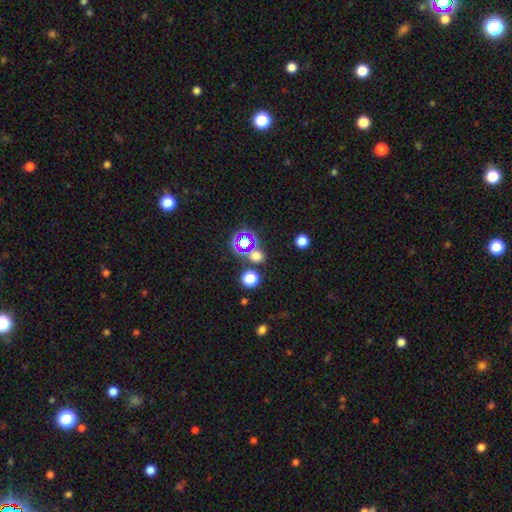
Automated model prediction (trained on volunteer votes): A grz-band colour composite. It shows a smooth galaxy with no disk features (52%) that is round (81%). Merging: none (70%).